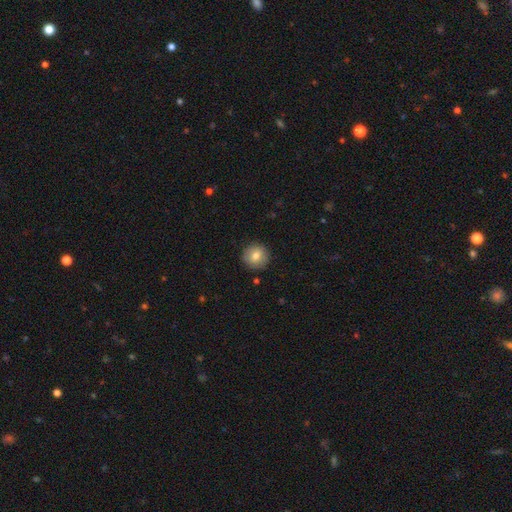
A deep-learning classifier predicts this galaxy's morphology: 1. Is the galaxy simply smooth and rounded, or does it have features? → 78% smooth, 13% featured or disk, 8% star or artifact.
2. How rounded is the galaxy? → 94% round, 5% in between, 1% cigar-shaped.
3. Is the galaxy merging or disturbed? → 89% none, 8% minor disturbance, 2% major disturbance, 1% merger.